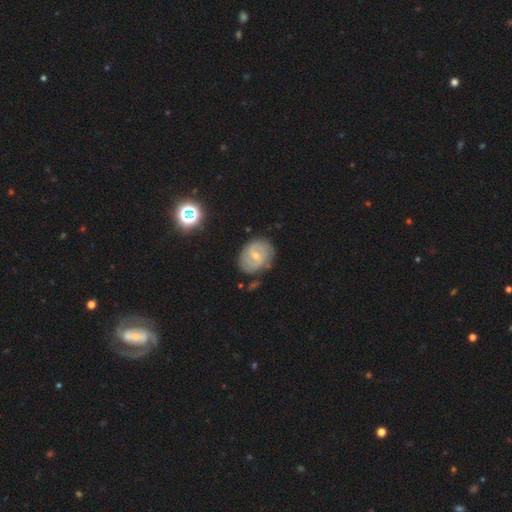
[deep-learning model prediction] A featured or disk galaxy (68%) with a weak bar (53%), 2 (61%) tight (43%) spiral arms (86%) and a small central bulge (64%).

Vote fractions:
- Smooth or featured? featured or disk: 68% / smooth: 24% / star or artifact: 7%
- Edge-on disk? no: 97% / yes: 3%
- Bar? weak: 53% / no: 36% / strong: 11%
- Spiral arms? yes: 86% / no: 14%
- Spiral winding? tight: 43% / medium: 40% / loose: 18%
- Spiral arm count? 2: 61% / can't tell: 24% / 3: 8% / 1: 3% / 4: 3% / more than 4: 2%
- Bulge size? small: 64% / moderate: 33% / none: 2% / large: 1% / dominant: 1%
- Merging? none: 75% / minor disturbance: 17% / major disturbance: 5% / merger: 3%